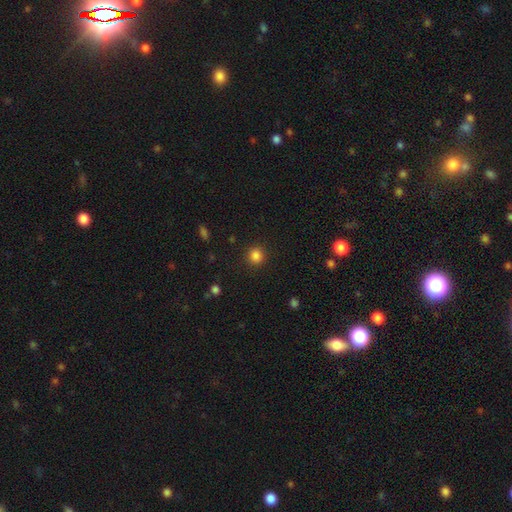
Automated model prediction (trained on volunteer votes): This appears to be a smooth galaxy with no disk features (85%) that is round (90%). Merging: none (90%).